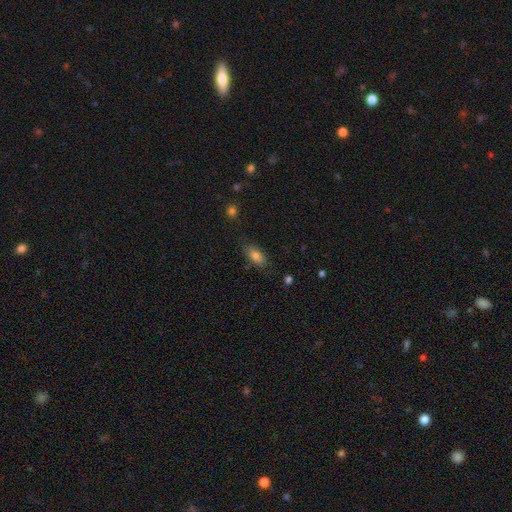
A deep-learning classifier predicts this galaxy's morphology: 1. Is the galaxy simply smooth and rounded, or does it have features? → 79% smooth, 12% featured or disk, 9% star or artifact.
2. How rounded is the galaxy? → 86% in between, 9% cigar-shaped, 5% round.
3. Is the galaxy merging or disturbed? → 76% none, 17% minor disturbance, 4% major disturbance, 2% merger.